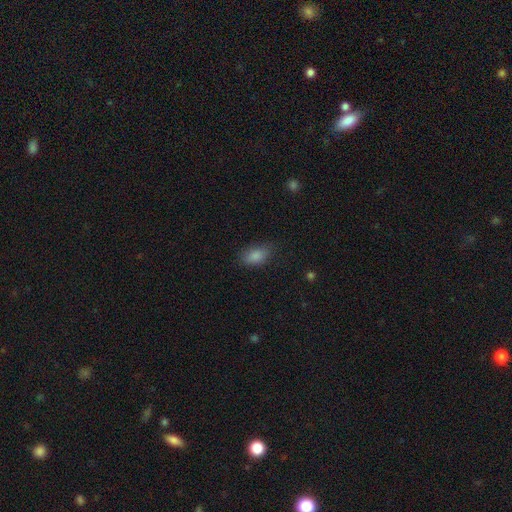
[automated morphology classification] smooth-or-featured: smooth: 85% | star or artifact: 9% | featured or disk: 6%
  how-rounded: in between: 89% | round: 7% | cigar-shaped: 4%
  merging: none: 76% | minor disturbance: 18% | major disturbance: 5% | merger: 1%